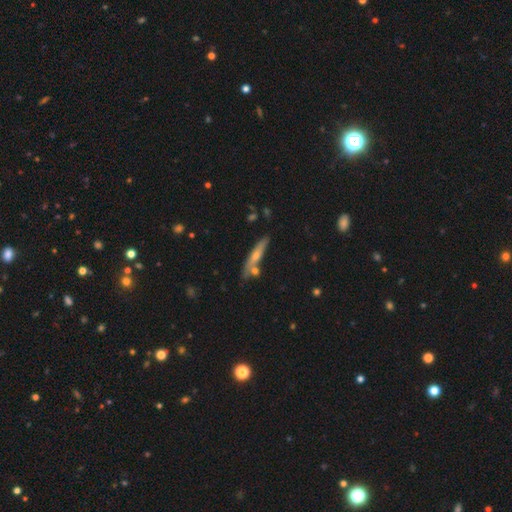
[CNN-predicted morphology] type=featured or disk (51%); edge-on=yes (87%); merging=none (72%).